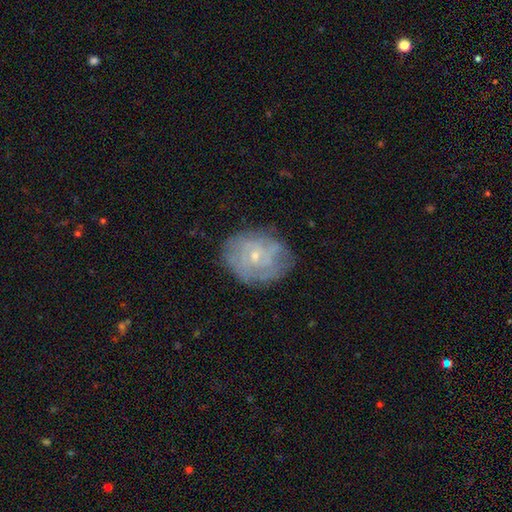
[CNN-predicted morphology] Q: Smooth or featured?
A: featured or disk (67%); runner-up: smooth (24%)
Q: Edge-on disk?
A: no (97%); runner-up: yes (3%)
Q: Bar?
A: no (75%); runner-up: weak (22%)
Q: Spiral arms?
A: yes (74%); runner-up: no (26%)
Q: Bulge size?
A: small (72%); runner-up: moderate (24%)
Q: Merging?
A: none (70%); runner-up: minor disturbance (20%)